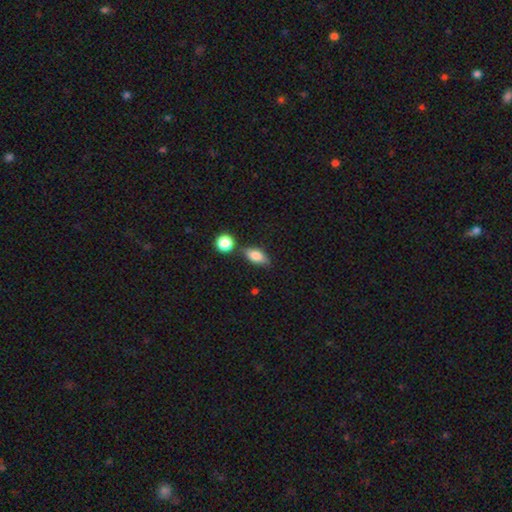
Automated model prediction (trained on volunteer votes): Q: Smooth or featured?
A: smooth (78%); runner-up: featured or disk (14%)
Q: How rounded?
A: in between (82%); runner-up: cigar-shaped (9%)
Q: Merging?
A: none (69%); runner-up: minor disturbance (16%)